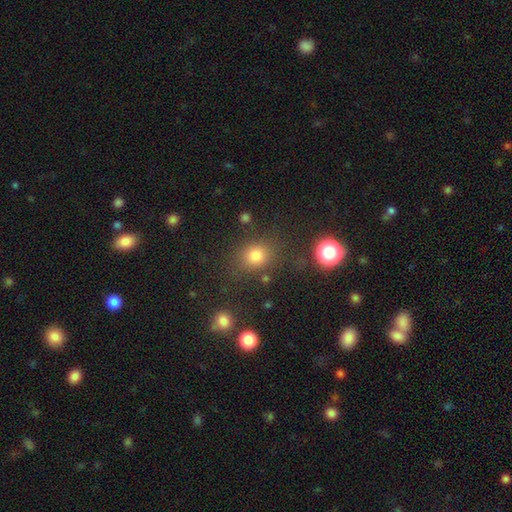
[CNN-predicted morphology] smooth-or-featured: smooth: 77% | star or artifact: 16% | featured or disk: 7%
  how-rounded: round: 68% | in between: 31% | cigar-shaped: 1%
  merging: none: 79% | minor disturbance: 12% | major disturbance: 5% | merger: 5%